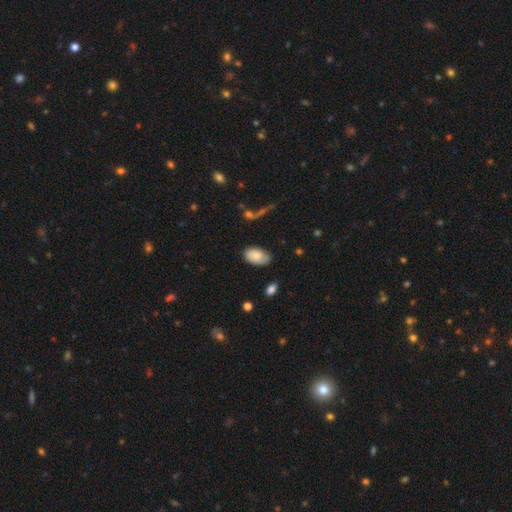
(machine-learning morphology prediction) Smooth or featured?
  - smooth: 75% *
  - featured or disk: 18%
  - star or artifact: 7%
How rounded?
  - in between: 94% *
  - round: 5%
  - cigar-shaped: 1%
Merging?
  - none: 67% *
  - minor disturbance: 24%
  - major disturbance: 6%
  - merger: 2%